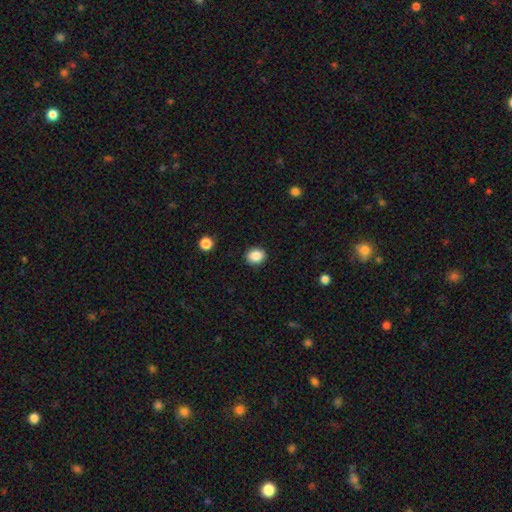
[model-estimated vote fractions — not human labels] smooth-or-featured: smooth: 88% | star or artifact: 9% | featured or disk: 3%
  how-rounded: round: 58% | in between: 41% | cigar-shaped: 1%
  merging: none: 90% | minor disturbance: 7% | major disturbance: 2% | merger: 1%